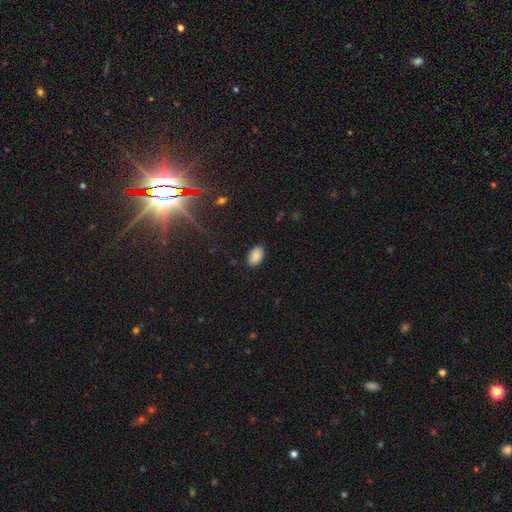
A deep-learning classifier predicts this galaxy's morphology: Smooth or featured? Predicted: smooth (p=0.85). How rounded? Predicted: in between (p=0.90). Merging? Predicted: none (p=0.87).